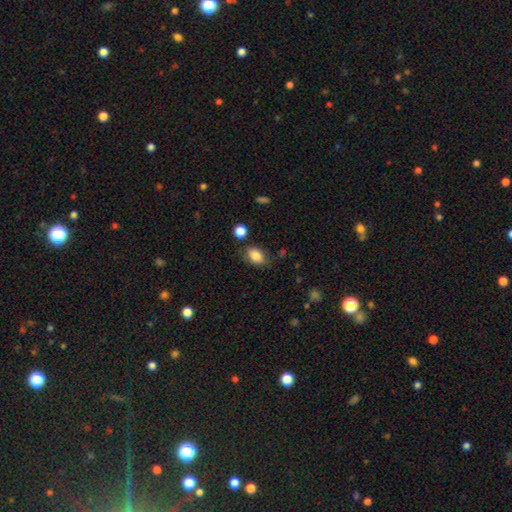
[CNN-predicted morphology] type=smooth (85%); roundness=in between (81%); merging=none (73%).